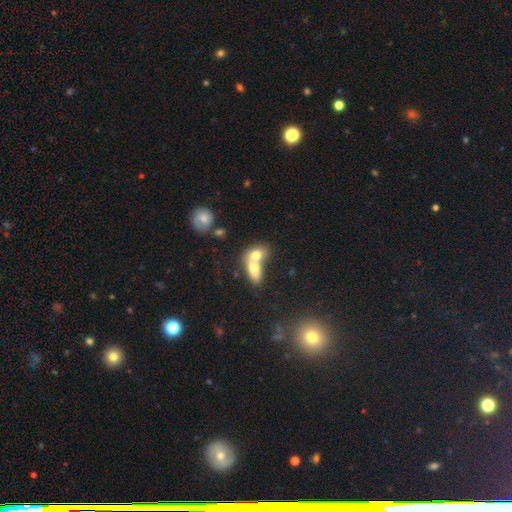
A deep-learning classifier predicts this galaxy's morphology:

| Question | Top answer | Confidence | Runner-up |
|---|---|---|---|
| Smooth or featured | smooth | 72% | featured or disk (20%) |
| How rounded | in between | 78% | round (17%) |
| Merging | merger | 73% | none (17%) |